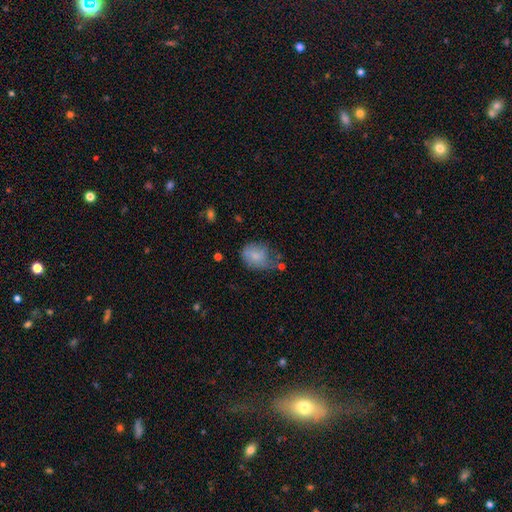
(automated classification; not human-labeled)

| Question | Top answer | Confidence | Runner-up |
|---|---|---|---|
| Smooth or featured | smooth | 73% | featured or disk (18%) |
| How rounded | in between | 55% | round (44%) |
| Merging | none | 38% | minor disturbance (35%) |